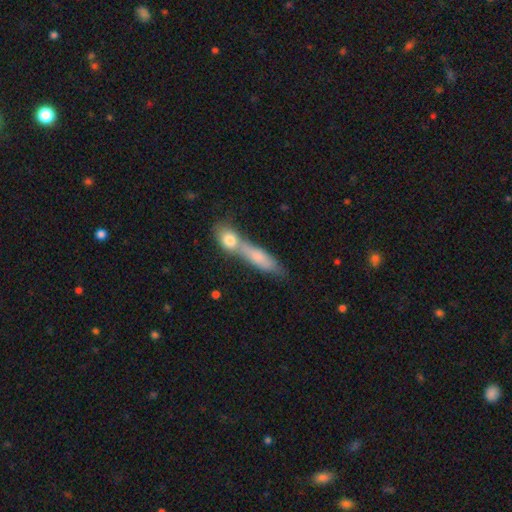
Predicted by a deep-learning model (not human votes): smooth_or_featured: smooth (p=0.65) [alt: featured or disk p=0.27]
how_rounded: cigar-shaped (p=0.65) [alt: in between p=0.28]
merging: merger (p=0.57) [alt: none p=0.30]